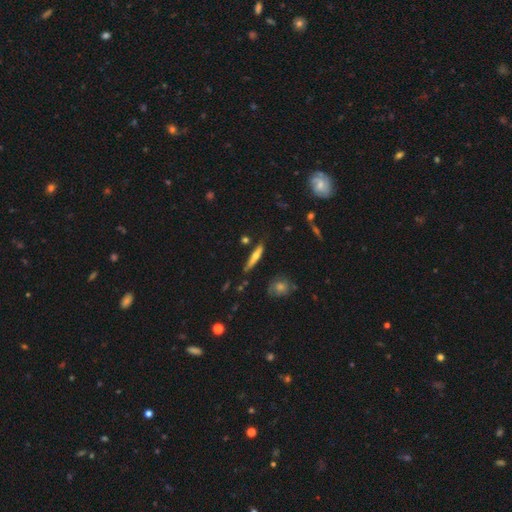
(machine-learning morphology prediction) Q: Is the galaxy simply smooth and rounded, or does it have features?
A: smooth — 47%.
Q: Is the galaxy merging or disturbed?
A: none — 79%.